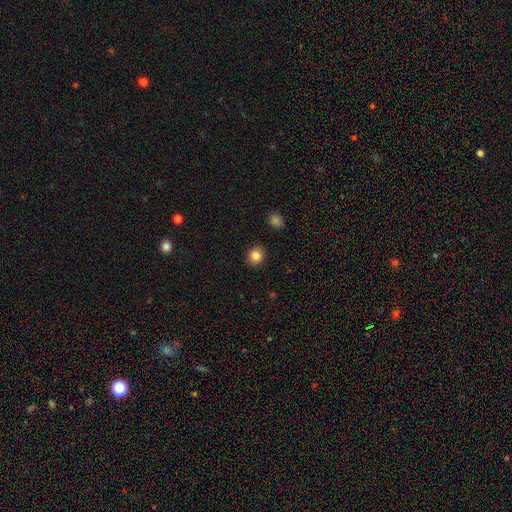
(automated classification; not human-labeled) Smooth or featured?
  - smooth: 86% *
  - star or artifact: 10%
  - featured or disk: 4%
How rounded?
  - round: 88% *
  - in between: 11%
  - cigar-shaped: 1%
Merging?
  - none: 91% *
  - minor disturbance: 5%
  - major disturbance: 2%
  - merger: 1%